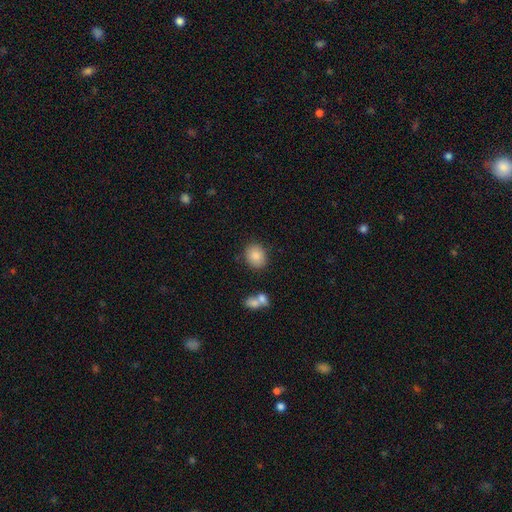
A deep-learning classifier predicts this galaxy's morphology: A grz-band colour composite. It shows a smooth galaxy with no disk features (84%) that is round (57%). Merging: none (80%).